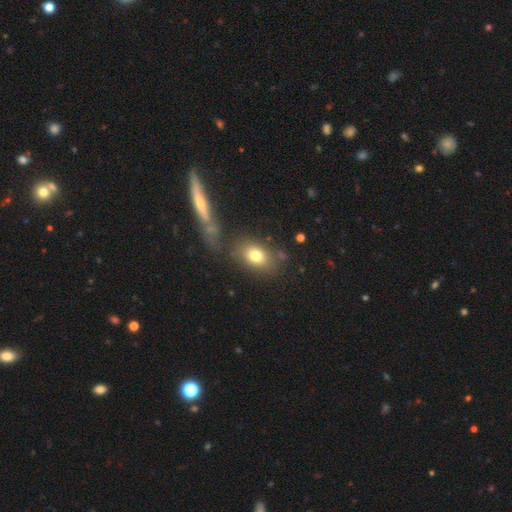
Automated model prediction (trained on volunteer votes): Smooth or featured: smooth — 78% (featured or disk — 13%)
How rounded: in between — 77% (round — 21%)
Merging: none — 68% (minor disturbance — 14%)